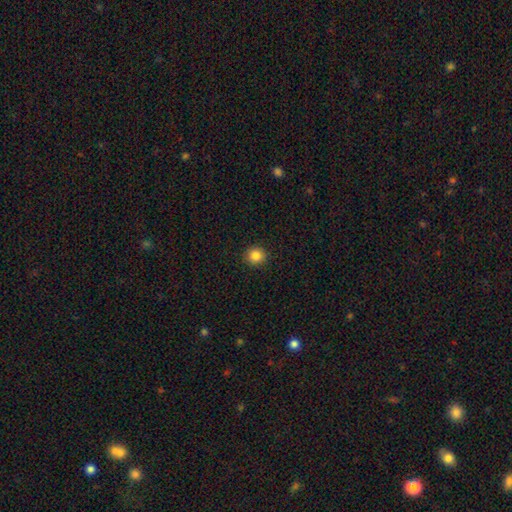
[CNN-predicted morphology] A smooth galaxy with no disk features (85%) that is round (91%). Merging: none (92%).